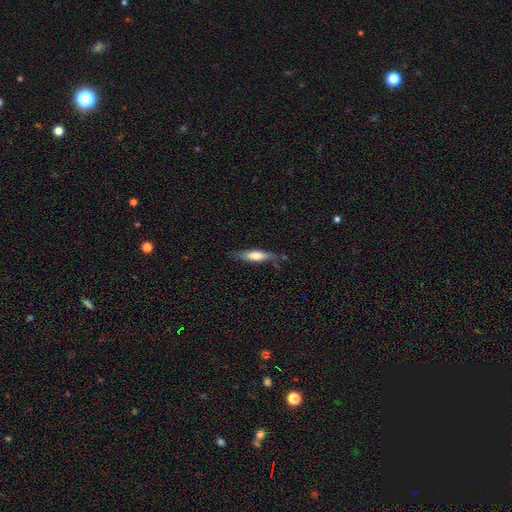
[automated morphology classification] Smooth or featured? smooth (58%)
How rounded? cigar-shaped (75%)
Merging? none (77%)